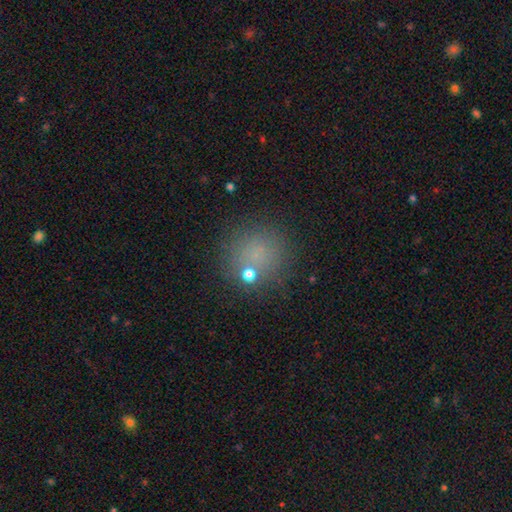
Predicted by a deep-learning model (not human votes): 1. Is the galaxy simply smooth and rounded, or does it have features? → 68% smooth, 23% star or artifact, 9% featured or disk.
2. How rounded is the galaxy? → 93% round, 6% in between, 1% cigar-shaped.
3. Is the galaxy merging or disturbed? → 80% none, 10% minor disturbance, 6% merger, 5% major disturbance.